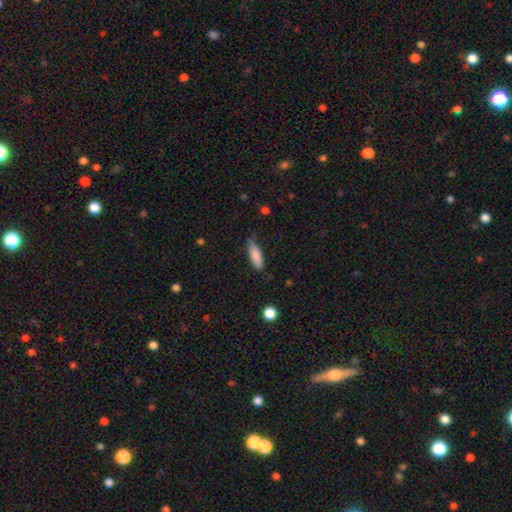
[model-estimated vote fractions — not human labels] This appears to be a smooth galaxy with no disk features (85%) that is in between round and cigar-shaped (50%). Merging: none (66%).